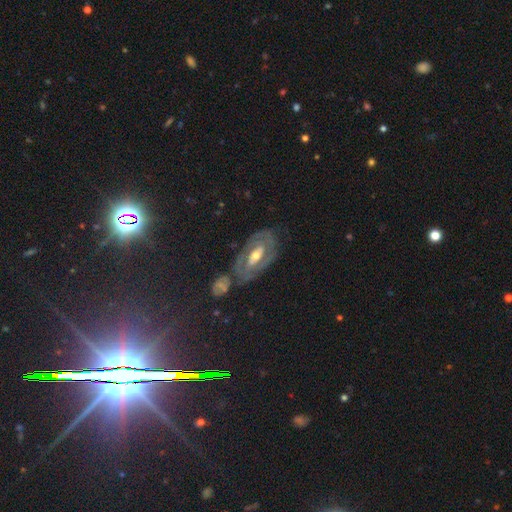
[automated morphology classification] Smooth or featured: featured or disk — 74% (smooth — 19%)
Edge-on disk: no — 91% (yes — 9%)
Bar: no — 43% (weak — 34%)
Spiral arms: yes — 60% (no — 40%)
Bulge size: moderate — 67% (small — 22%)
Merging: none — 68% (minor disturbance — 17%)